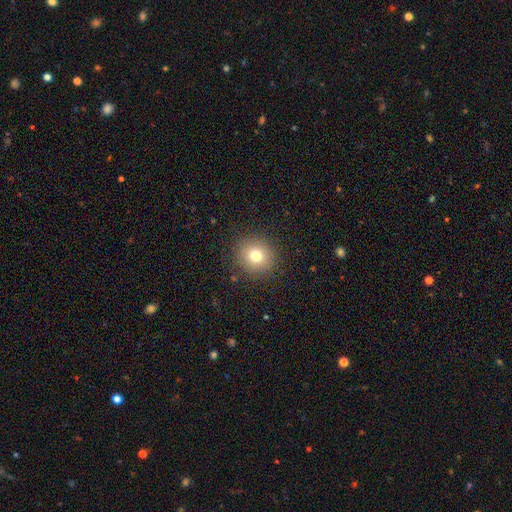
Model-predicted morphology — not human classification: Q: Smooth or featured?
A: smooth (75%); runner-up: star or artifact (14%)
Q: How rounded?
A: round (89%); runner-up: in between (10%)
Q: Merging?
A: none (89%); runner-up: minor disturbance (7%)